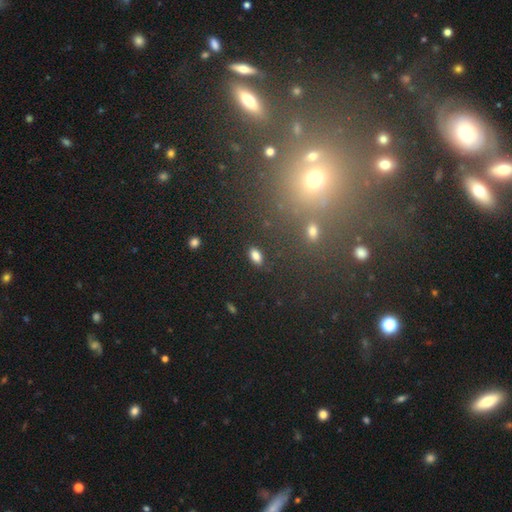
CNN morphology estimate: This is clearly a smooth galaxy (83%). How rounded: clearly in between (91%). Merging: clearly none (87%).